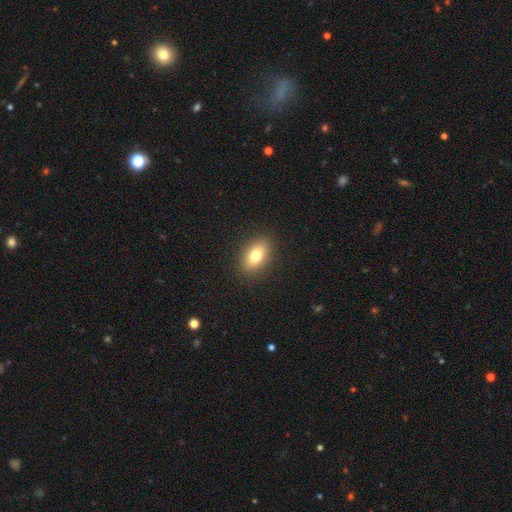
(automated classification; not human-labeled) smooth 78%, featured or disk 12%, star or artifact 9%. Down the decision tree: how rounded — in between (86%); merging — none (89%).